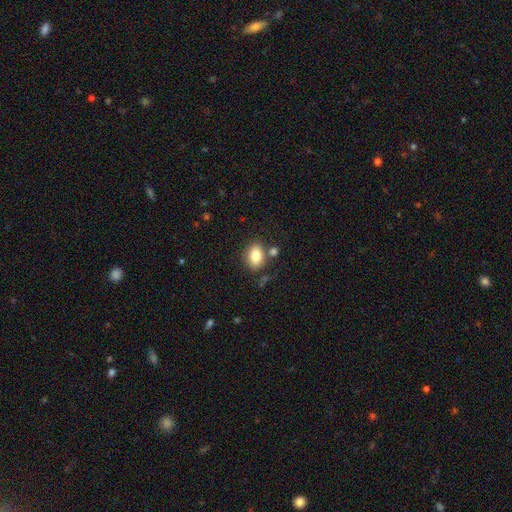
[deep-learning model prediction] Morphology: type=smooth (82%); roundness=in between (75%); merging=none (74%).